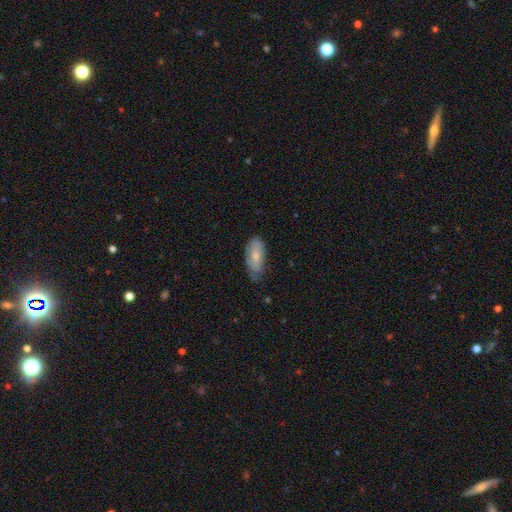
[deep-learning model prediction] smooth_or_featured: smooth (p=0.69) [alt: featured or disk p=0.25]
how_rounded: in between (p=0.88) [alt: cigar-shaped p=0.10]
merging: none (p=0.58) [alt: minor disturbance p=0.33]